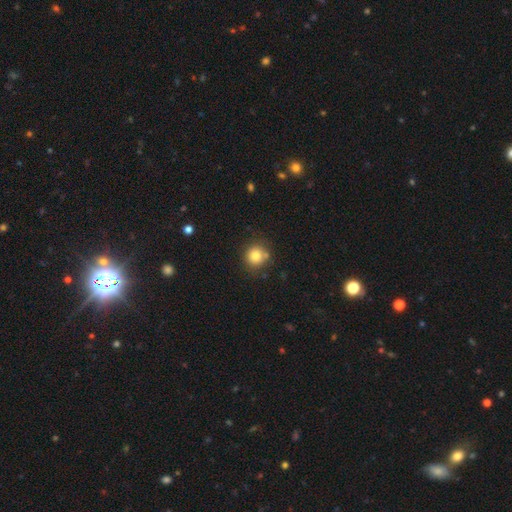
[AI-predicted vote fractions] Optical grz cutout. It shows a smooth galaxy with no disk features (80%) that is round (91%). Merging: none (76%).